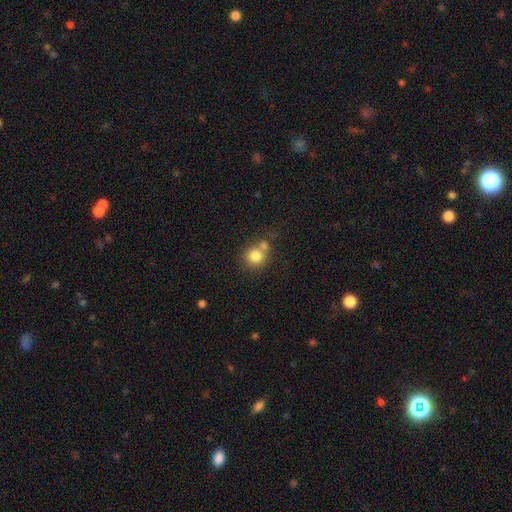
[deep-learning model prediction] Morphology: type=smooth (80%); roundness=round (88%); merging=none (51%).